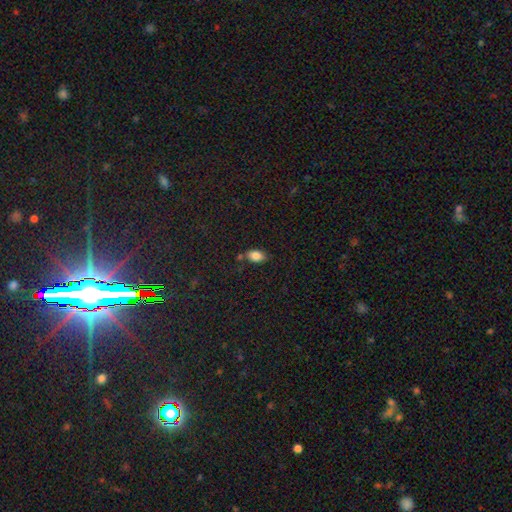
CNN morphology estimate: This is clearly a smooth galaxy (84%). How rounded: clearly in between (89%). Merging: likely none (73%).